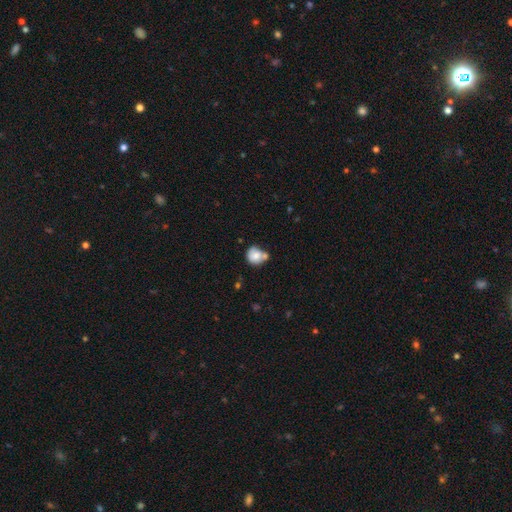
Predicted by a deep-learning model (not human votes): Q: Smooth or featured?
A: smooth (73%); runner-up: featured or disk (18%)
Q: How rounded?
A: round (75%); runner-up: in between (24%)
Q: Merging?
A: none (41%); runner-up: merger (32%)